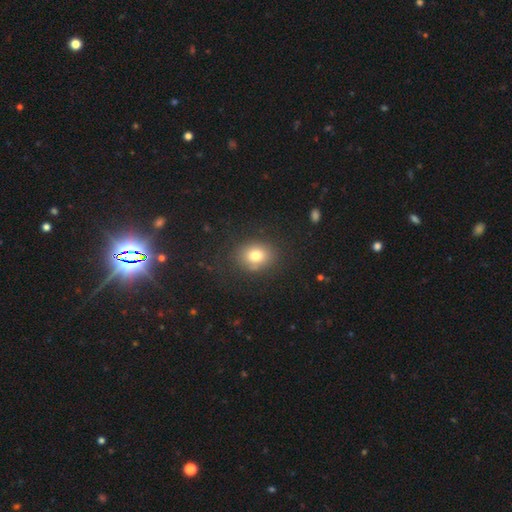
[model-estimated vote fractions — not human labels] Morphology: type=smooth (78%); roundness=round (54%); merging=none (81%).